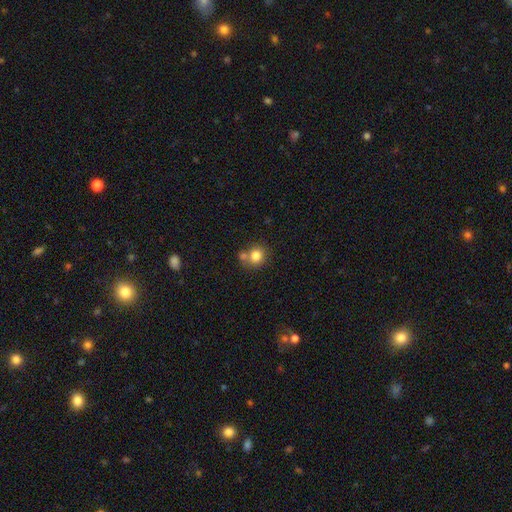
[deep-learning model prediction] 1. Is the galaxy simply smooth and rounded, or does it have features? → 81% smooth, 10% star or artifact, 9% featured or disk.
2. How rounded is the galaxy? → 81% round, 19% in between, 1% cigar-shaped.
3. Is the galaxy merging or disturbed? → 56% none, 30% merger, 11% minor disturbance, 4% major disturbance.